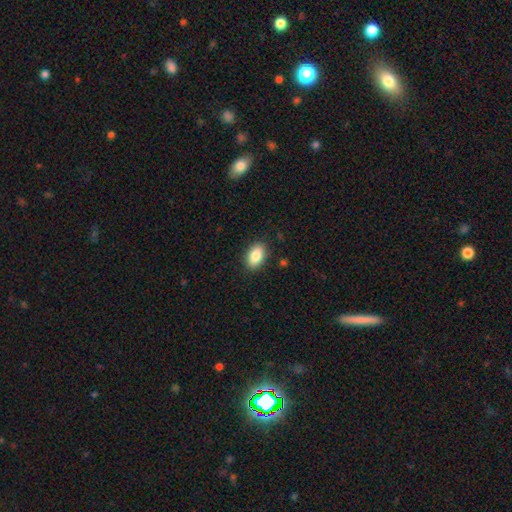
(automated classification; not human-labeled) Q: Smooth or featured?
A: smooth (86%); runner-up: star or artifact (8%)
Q: How rounded?
A: in between (90%); runner-up: round (8%)
Q: Merging?
A: none (88%); runner-up: minor disturbance (9%)